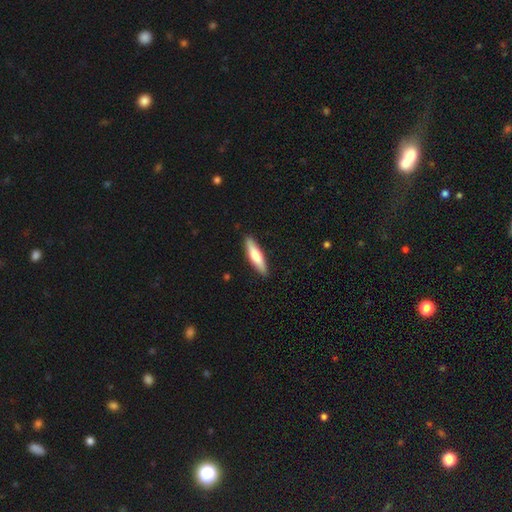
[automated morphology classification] smooth_or_featured: smooth (p=0.68) [alt: featured or disk p=0.27]
how_rounded: cigar-shaped (p=0.75) [alt: in between p=0.24]
merging: none (p=0.90) [alt: minor disturbance p=0.08]